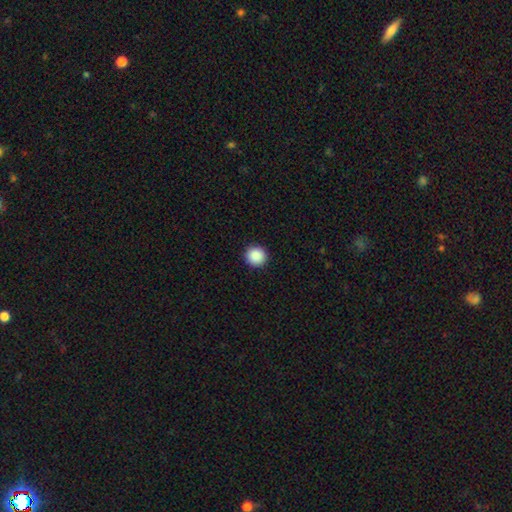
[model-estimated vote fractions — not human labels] smooth_or_featured: smooth (p=0.88) [alt: star or artifact p=0.08]
how_rounded: round (p=0.95) [alt: in between p=0.04]
merging: none (p=0.93) [alt: minor disturbance p=0.04]